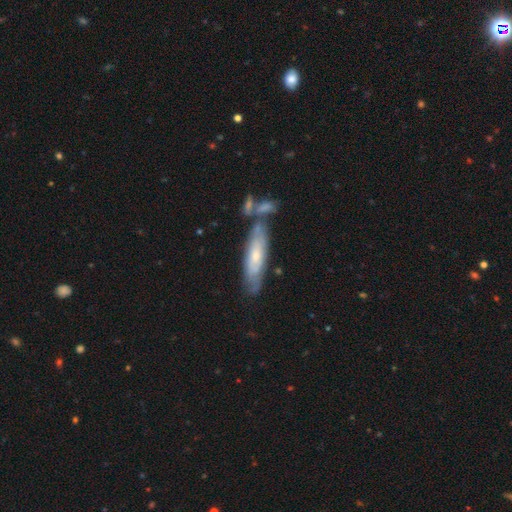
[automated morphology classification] This is possibly a featured or disk galaxy (52%). It is likely not viewed edge-on (60%). Merging: possibly none (59%).